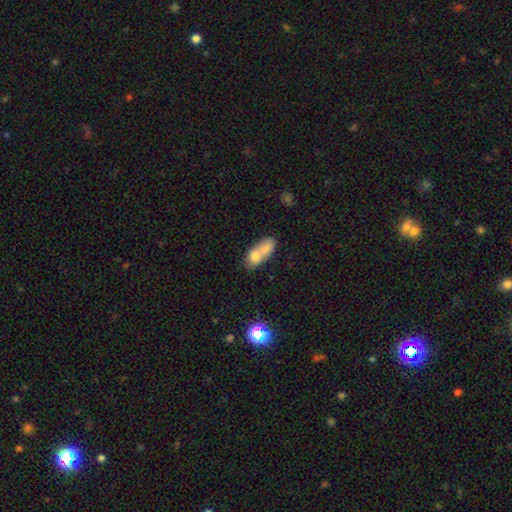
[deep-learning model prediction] A smooth galaxy with no disk features (68%) that is in between round and cigar-shaped (74%).

Vote fractions:
- Smooth or featured? smooth: 68% / featured or disk: 23% / star or artifact: 9%
- How rounded? in between: 74% / round: 17% / cigar-shaped: 9%
- Merging? merger: 68% / none: 18% / minor disturbance: 9% / major disturbance: 5%